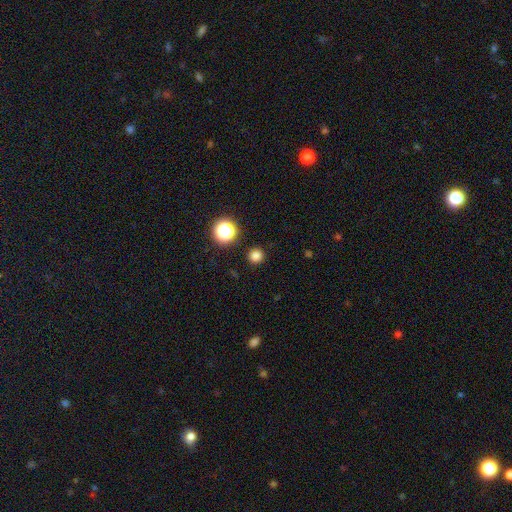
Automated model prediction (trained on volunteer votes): Smooth or featured? smooth (80%)
How rounded? round (95%)
Merging? none (92%)